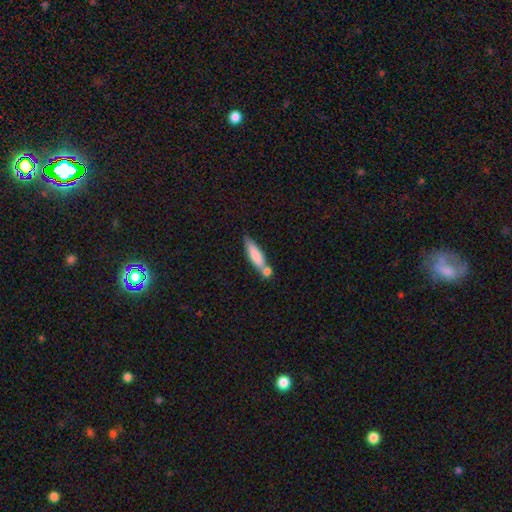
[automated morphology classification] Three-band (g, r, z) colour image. It shows a smooth galaxy with no disk features (76%) that is cigar-shaped (72%). Merging: none (43%).